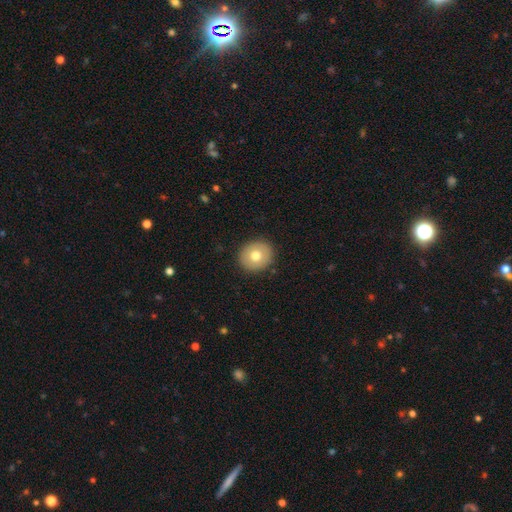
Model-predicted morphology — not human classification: Smooth or featured: smooth — 73% (featured or disk — 19%)
How rounded: round — 84% (in between — 16%)
Merging: none — 91% (minor disturbance — 6%)